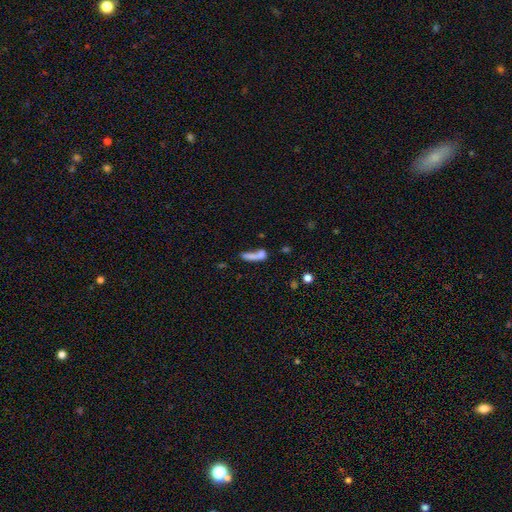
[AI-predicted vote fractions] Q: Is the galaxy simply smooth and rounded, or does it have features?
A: smooth — 68%.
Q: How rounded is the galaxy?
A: cigar-shaped — 55%.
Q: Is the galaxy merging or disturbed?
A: merger — 42%.